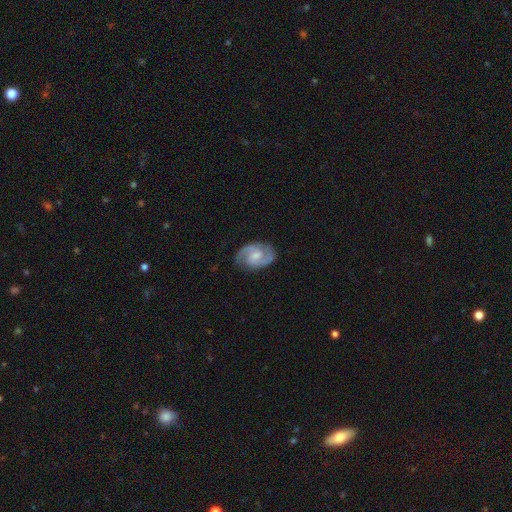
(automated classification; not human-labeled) smooth_or_featured: featured or disk (p=0.85) [alt: smooth p=0.11]
disk_edge_on: no (p=0.98) [alt: yes p=0.02]
bar: weak (p=0.51) [alt: no p=0.40]
has_spiral_arms: yes (p=0.97) [alt: no p=0.03]
spiral_winding: medium (p=0.55) [alt: tight p=0.31]
spiral_arm_count: 2 (p=0.90) [alt: can't tell p=0.04]
bulge_size: moderate (p=0.40) [alt: small p=0.39]
merging: none (p=0.80) [alt: minor disturbance p=0.15]